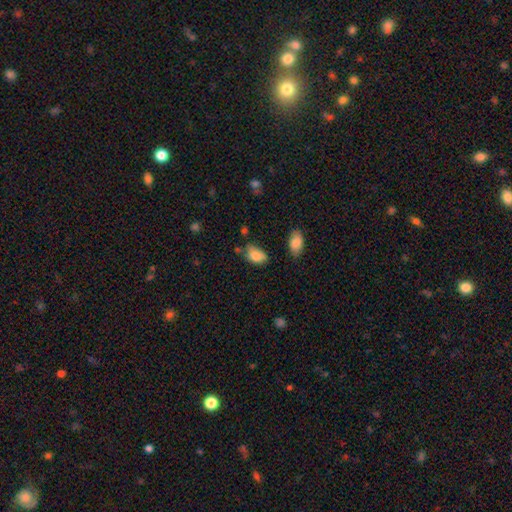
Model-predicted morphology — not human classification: smooth-or-featured: smooth: 82% | featured or disk: 10% | star or artifact: 8%
  how-rounded: in between: 89% | round: 9% | cigar-shaped: 2%
  merging: none: 55% | minor disturbance: 31% | major disturbance: 8% | merger: 7%